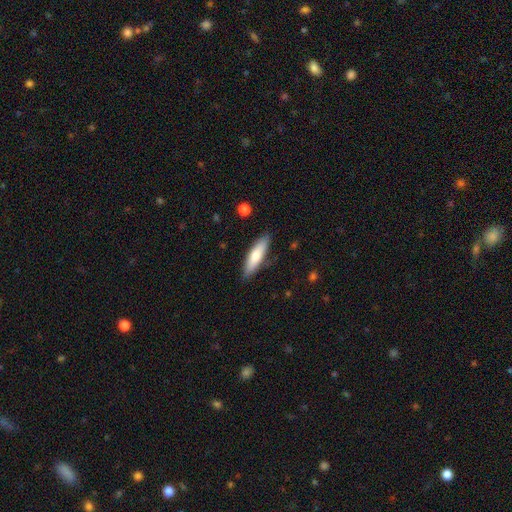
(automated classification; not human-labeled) Overall: smooth (72%). How rounded: cigar-shaped (62%; in between 36%). Merging: none (85%).